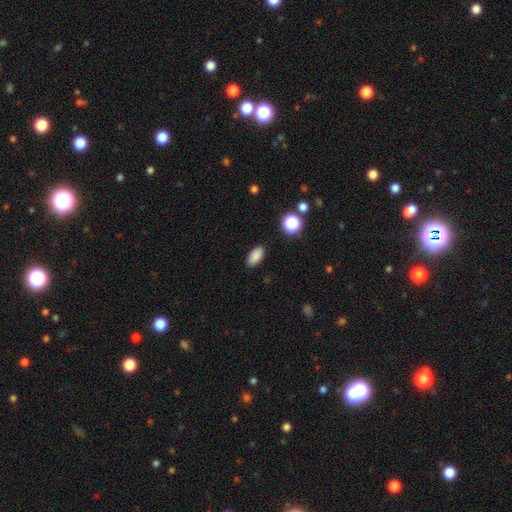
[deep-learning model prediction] Smooth or featured? Predicted: smooth (p=0.86). How rounded? Predicted: in between (p=0.89). Merging? Predicted: none (p=0.88).